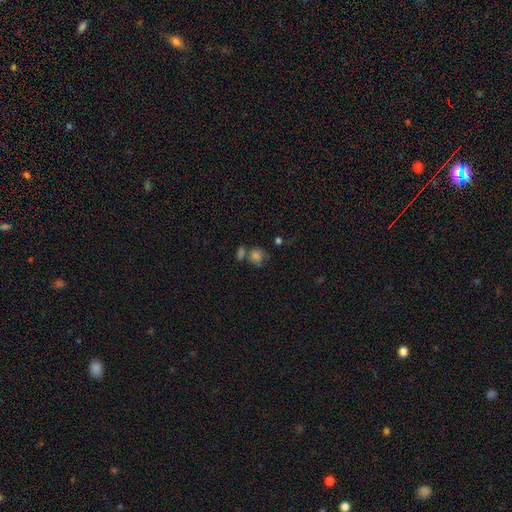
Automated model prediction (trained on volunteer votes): smooth_or_featured: smooth (p=0.73) [alt: star or artifact p=0.14]
how_rounded: round (p=0.74) [alt: in between p=0.25]
merging: none (p=0.44) [alt: merger p=0.32]